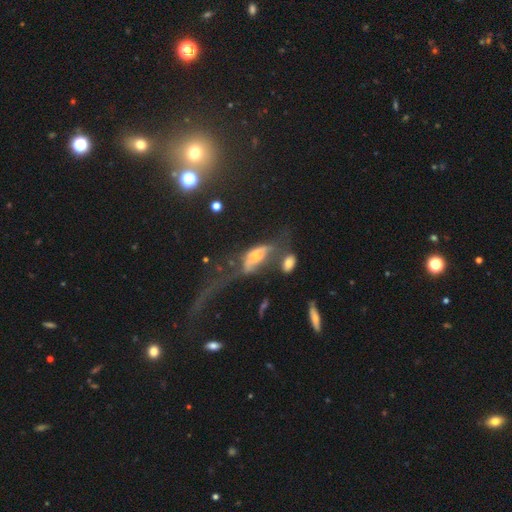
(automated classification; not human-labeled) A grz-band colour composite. It shows a featured or disk galaxy (54%). Merging: major disturbance (44%).